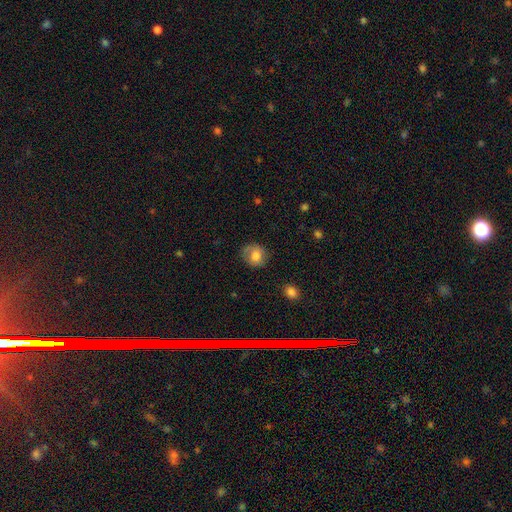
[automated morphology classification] The model was most divided on "how rounded": round: 72%, in between: 27%, cigar-shaped: 1%. More confident: smooth or featured — smooth (76%); merging — none (71%).